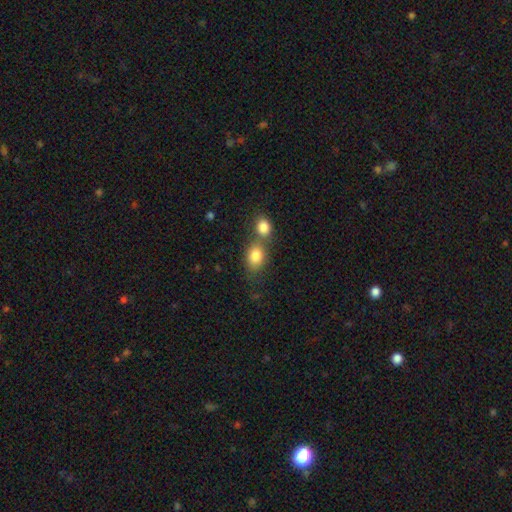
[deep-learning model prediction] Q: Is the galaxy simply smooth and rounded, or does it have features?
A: smooth — 82%.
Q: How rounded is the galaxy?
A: in between — 64%.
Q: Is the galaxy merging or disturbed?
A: merger — 46%.